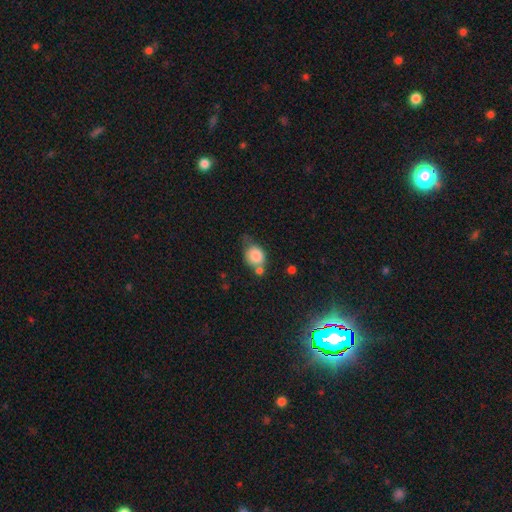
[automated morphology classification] type=smooth (81%); roundness=round (61%); merging=none (39%).